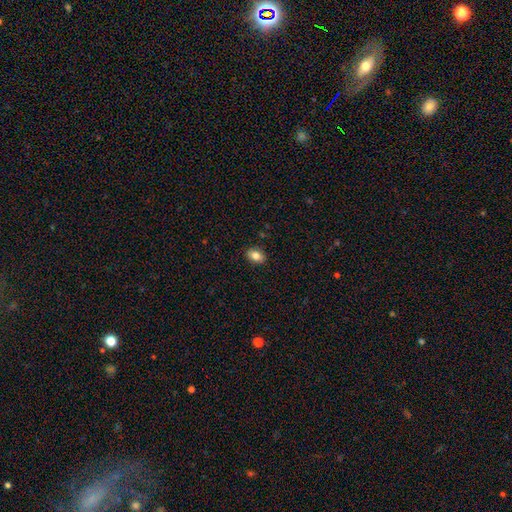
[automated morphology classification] smooth 82%, featured or disk 10%, star or artifact 8%. Down the decision tree: how rounded — in between (83%); merging — none (89%).